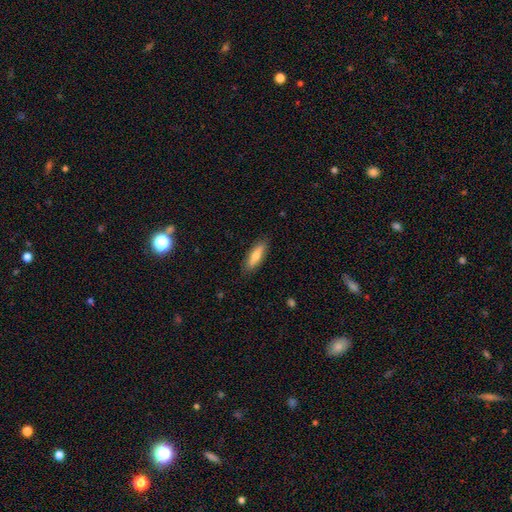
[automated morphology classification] Overall: smooth (71%). How rounded: cigar-shaped (52%; in between 46%). Merging: none (87%).